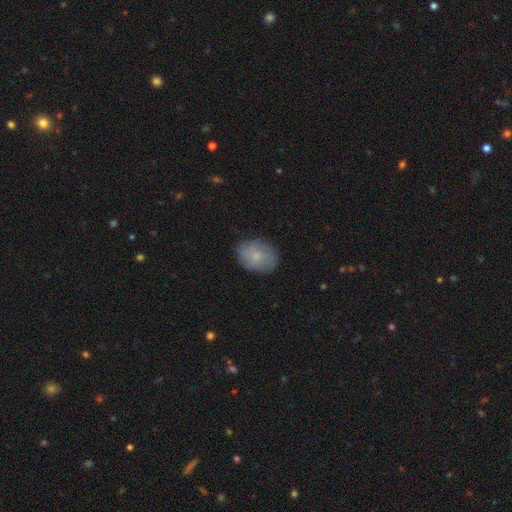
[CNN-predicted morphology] Smooth or featured? Predicted: smooth (p=0.74). How rounded? Predicted: in between (p=0.67). Merging? Predicted: none (p=0.80).